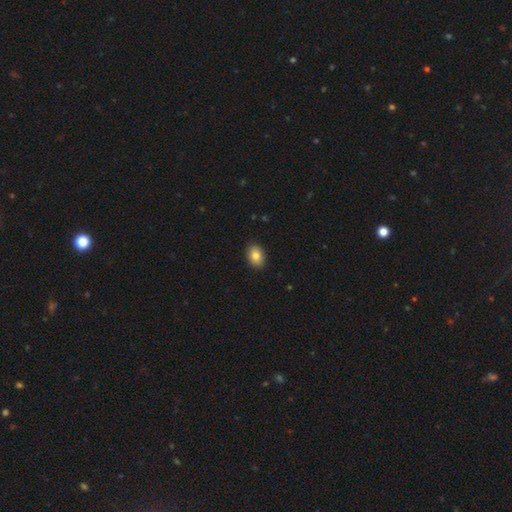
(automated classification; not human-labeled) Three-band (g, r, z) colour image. It shows a smooth galaxy with no disk features (82%) that is in between round and cigar-shaped (76%). Merging: none (91%).